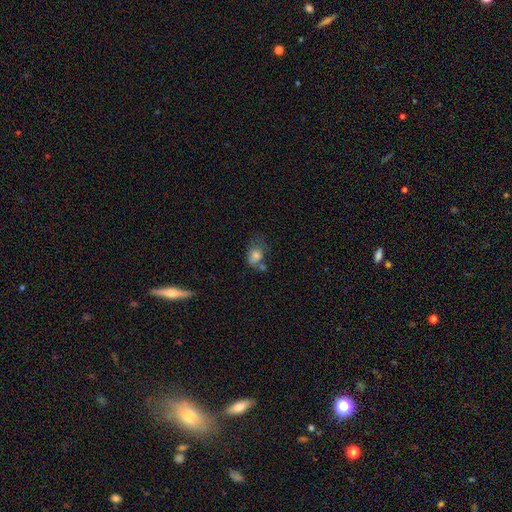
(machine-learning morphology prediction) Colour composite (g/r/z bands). It shows a smooth galaxy with no disk features (71%) that is in between round and cigar-shaped (68%). Merging: none (34%).